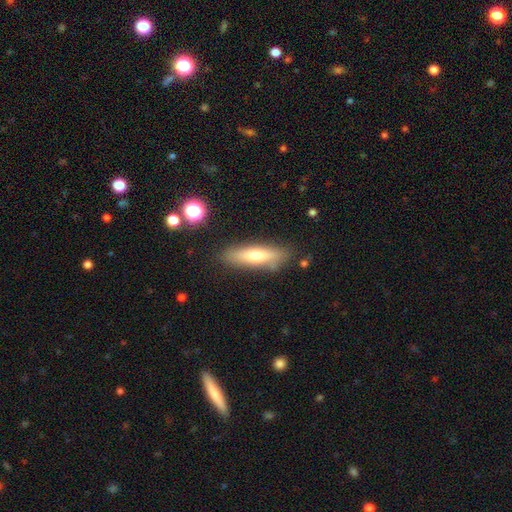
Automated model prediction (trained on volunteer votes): Smooth or featured?
  - smooth: 60% *
  - featured or disk: 32%
  - star or artifact: 8%
How rounded?
  - cigar-shaped: 67% *
  - in between: 31%
  - round: 2%
Merging?
  - none: 83% *
  - minor disturbance: 11%
  - major disturbance: 3%
  - merger: 3%